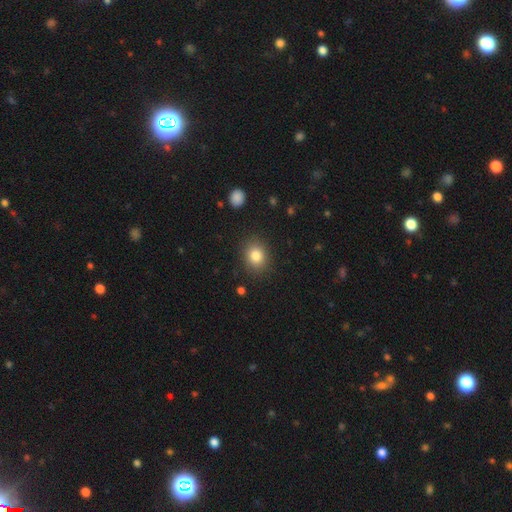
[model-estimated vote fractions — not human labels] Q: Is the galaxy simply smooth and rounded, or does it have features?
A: smooth — 83%.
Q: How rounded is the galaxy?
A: round — 54%.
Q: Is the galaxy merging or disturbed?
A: none — 86%.